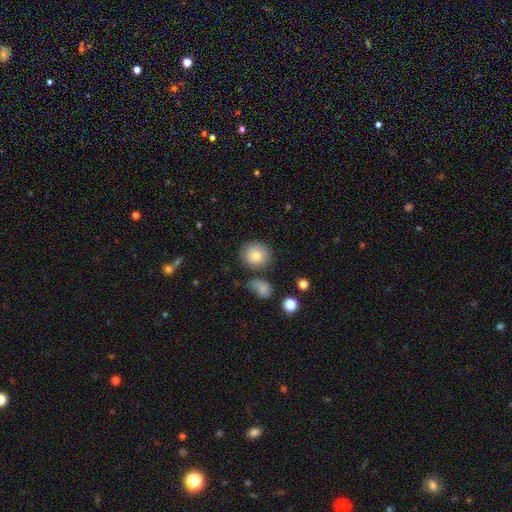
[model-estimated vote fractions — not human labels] A smooth galaxy with no disk features (82%) that is round (82%).

Vote fractions:
- Smooth or featured? smooth: 82% / featured or disk: 10% / star or artifact: 8%
- How rounded? round: 82% / in between: 17% / cigar-shaped: 1%
- Merging? none: 76% / minor disturbance: 13% / merger: 7% / major disturbance: 4%